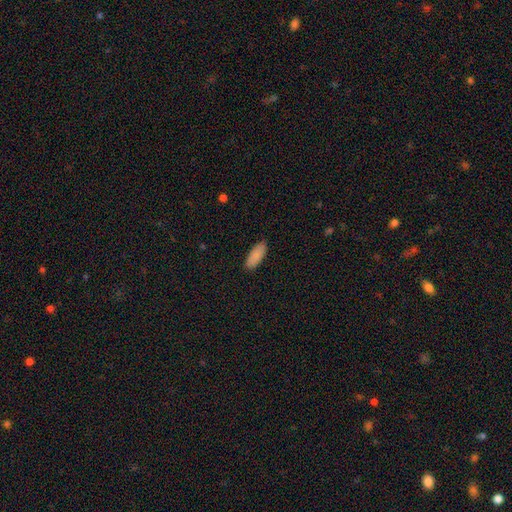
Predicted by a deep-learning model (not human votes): Smooth or featured: smooth — 89% (star or artifact — 6%)
How rounded: in between — 80% (cigar-shaped — 18%)
Merging: none — 89% (minor disturbance — 9%)